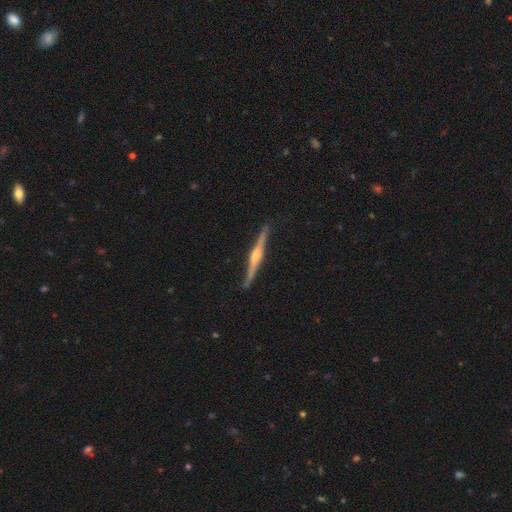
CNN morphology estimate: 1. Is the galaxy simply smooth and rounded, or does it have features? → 82% featured or disk, 13% smooth, 5% star or artifact.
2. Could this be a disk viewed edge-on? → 98% yes, 2% no.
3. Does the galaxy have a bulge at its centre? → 86% rounded, 8% boxy, 7% none.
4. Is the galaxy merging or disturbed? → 88% none, 9% minor disturbance, 2% major disturbance, 1% merger.